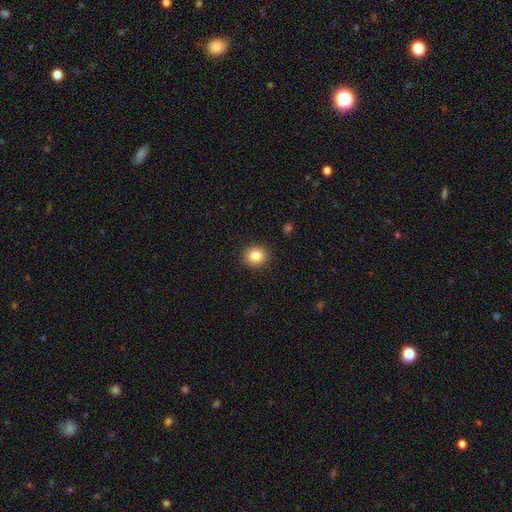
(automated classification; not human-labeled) Smooth or featured?
  - smooth: 84% *
  - star or artifact: 10%
  - featured or disk: 6%
How rounded?
  - round: 81% *
  - in between: 18%
  - cigar-shaped: 1%
Merging?
  - none: 91% *
  - minor disturbance: 6%
  - major disturbance: 2%
  - merger: 1%